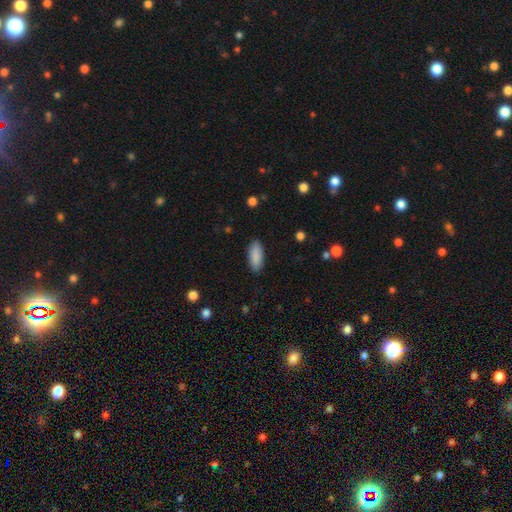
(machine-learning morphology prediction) Smooth or featured? smooth (89%)
How rounded? in between (80%)
Merging? none (89%)